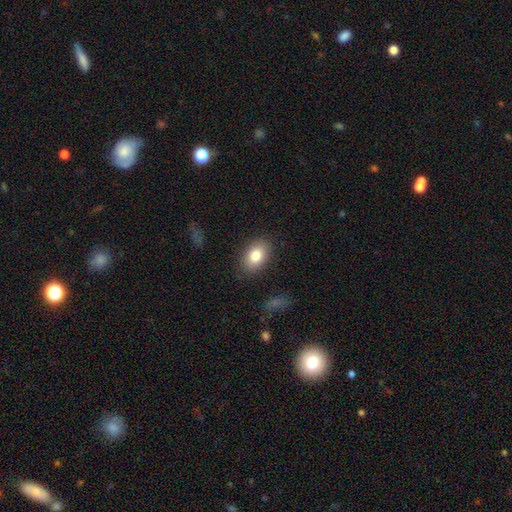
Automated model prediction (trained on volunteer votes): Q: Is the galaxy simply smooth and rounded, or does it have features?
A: smooth — 82%.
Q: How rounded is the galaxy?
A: in between — 89%.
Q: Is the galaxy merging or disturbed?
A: none — 85%.